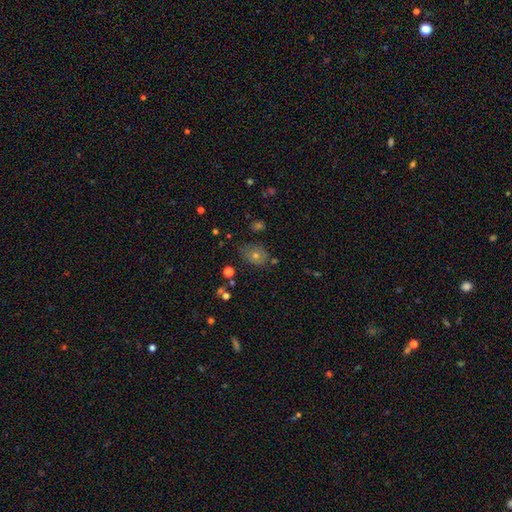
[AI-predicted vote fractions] This appears to be a smooth galaxy with no disk features (54%) that is in between round and cigar-shaped (56%). Merging: none (74%).